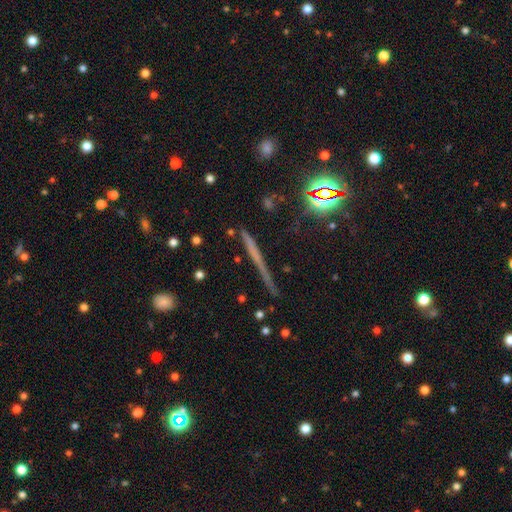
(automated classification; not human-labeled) Smooth or featured? Predicted: featured or disk (p=0.45). Merging? Predicted: none (p=0.82).